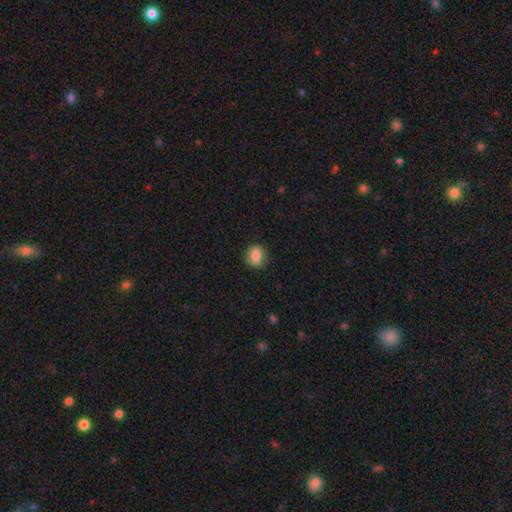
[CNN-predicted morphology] smooth-or-featured: smooth: 86% | star or artifact: 8% | featured or disk: 6%
  how-rounded: round: 50% | in between: 49% | cigar-shaped: 2%
  merging: none: 83% | minor disturbance: 13% | major disturbance: 3% | merger: 1%